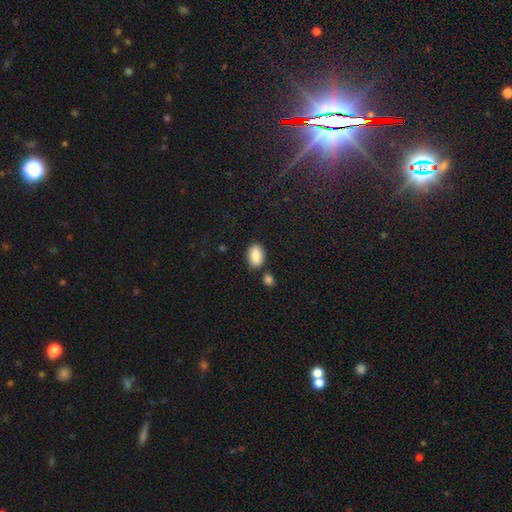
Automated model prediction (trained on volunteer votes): Morphology: type=smooth (87%); roundness=in between (90%); merging=none (79%).